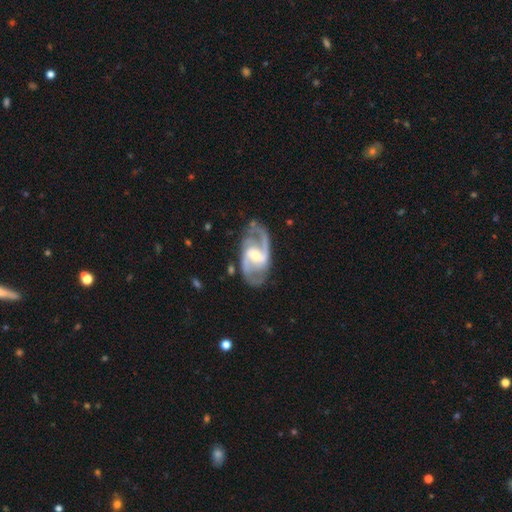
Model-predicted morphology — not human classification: This is clearly a featured or disk galaxy (91%). It is clearly not viewed edge-on (97%). Bar: possibly weak (48%). Spiral arm pattern: clearly yes (97%). Spiral arm count: clearly 2 (90%). Spiral winding: possibly medium (59%). Central bulge: possibly moderate (48%). Merging: likely none (77%).